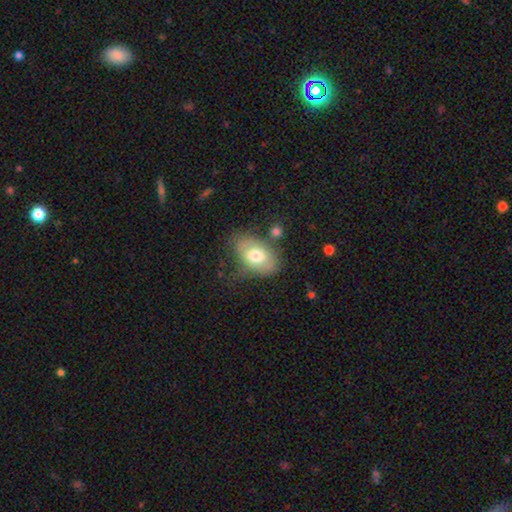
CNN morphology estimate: Smooth or featured?
  - smooth: 64% *
  - featured or disk: 29%
  - star or artifact: 7%
How rounded?
  - in between: 88% *
  - round: 10%
  - cigar-shaped: 1%
Merging?
  - none: 58% *
  - minor disturbance: 25%
  - major disturbance: 11%
  - merger: 6%